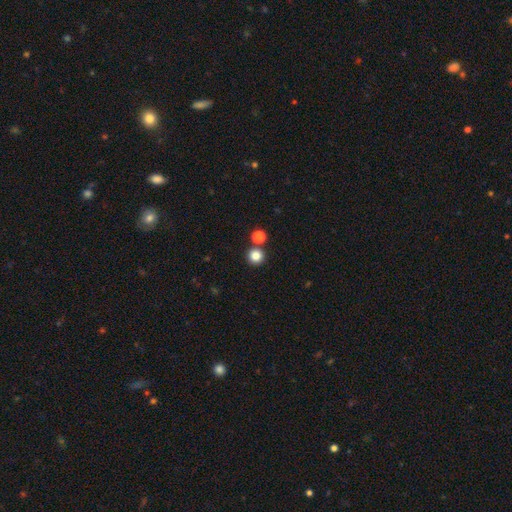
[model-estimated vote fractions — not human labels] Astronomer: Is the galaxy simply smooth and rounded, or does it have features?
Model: smooth — 83%.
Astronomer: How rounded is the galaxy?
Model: round — 95%.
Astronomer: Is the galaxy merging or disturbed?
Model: none — 81%.